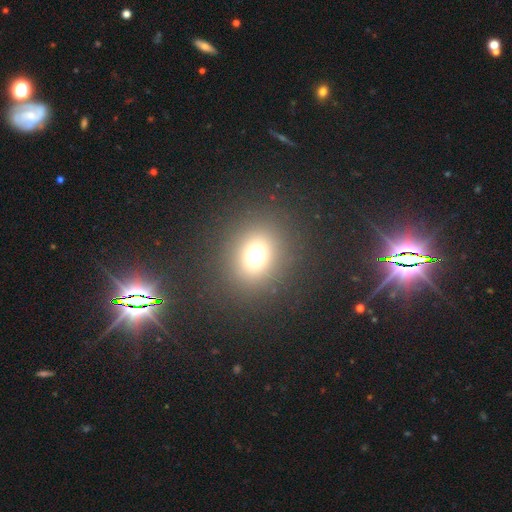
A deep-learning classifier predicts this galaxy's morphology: Smooth or featured?
  - smooth: 72% *
  - star or artifact: 19%
  - featured or disk: 9%
How rounded?
  - round: 71% *
  - in between: 28%
  - cigar-shaped: 1%
Merging?
  - none: 87% *
  - minor disturbance: 7%
  - major disturbance: 5%
  - merger: 1%